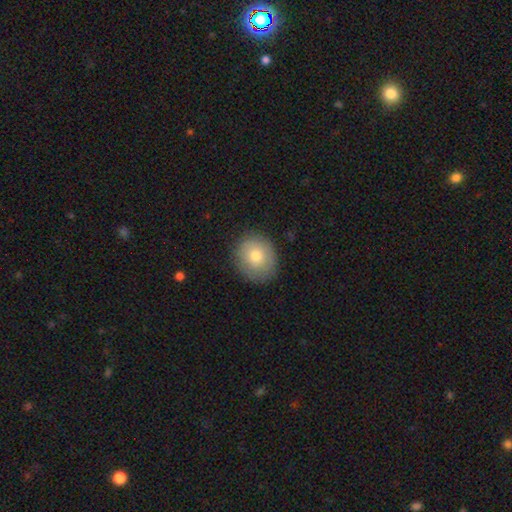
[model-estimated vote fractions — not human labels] Overall: smooth (74%). How rounded: round (69%; in between 30%). Merging: none (83%).